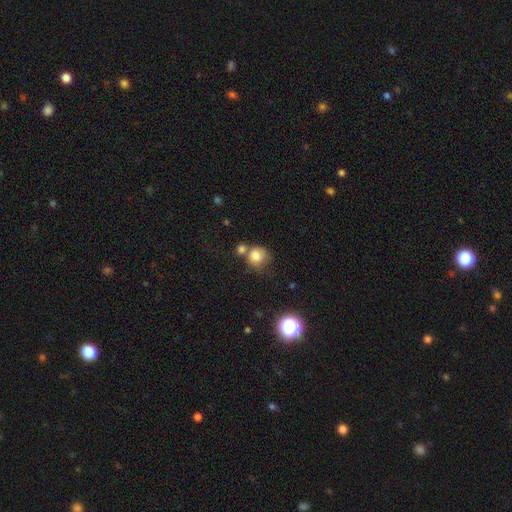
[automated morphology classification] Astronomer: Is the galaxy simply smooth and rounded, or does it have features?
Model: smooth — 79%.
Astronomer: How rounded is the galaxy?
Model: round — 85%.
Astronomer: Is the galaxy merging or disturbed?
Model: none — 48% (runner-up: merger, 31%).